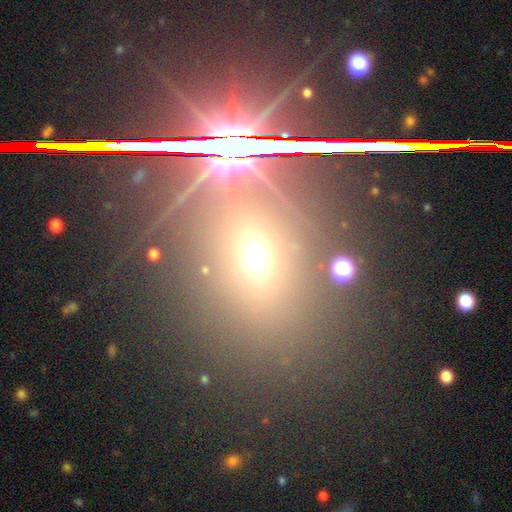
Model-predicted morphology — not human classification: Smooth or featured?
  - smooth: 48% *
  - star or artifact: 36%
  - featured or disk: 16%
Merging?
  - none: 74% *
  - minor disturbance: 11%
  - merger: 8%
  - major disturbance: 7%